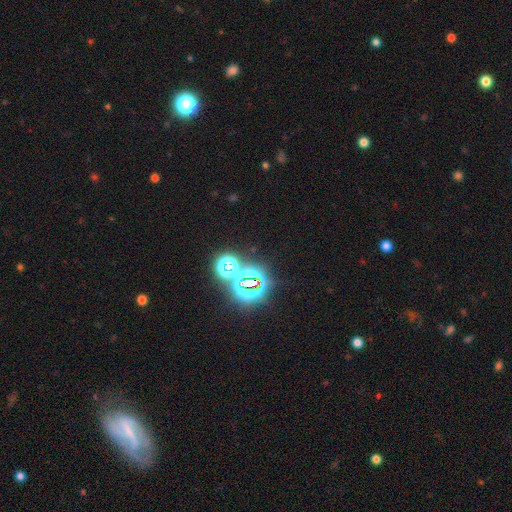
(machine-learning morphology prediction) Smooth or featured? Predicted: star or artifact (p=0.77).